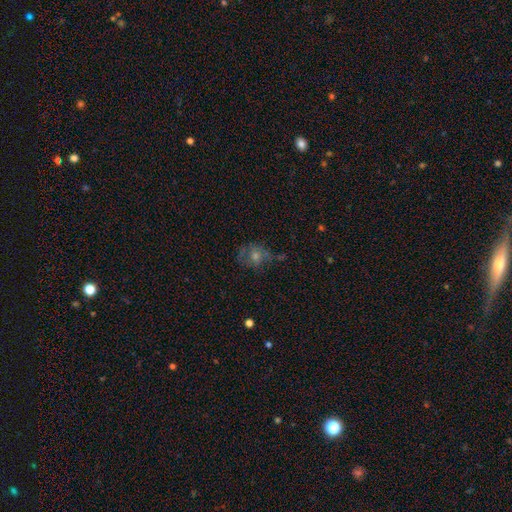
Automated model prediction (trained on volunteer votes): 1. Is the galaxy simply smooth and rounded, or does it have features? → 44% featured or disk, 35% smooth, 21% star or artifact.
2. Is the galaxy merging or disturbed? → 57% none, 23% minor disturbance, 16% major disturbance, 4% merger.